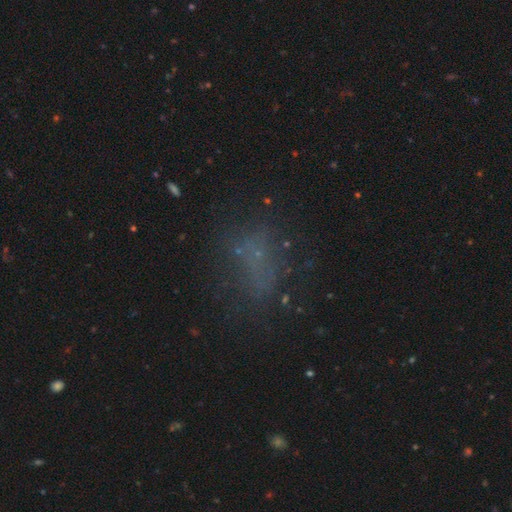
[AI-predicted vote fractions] smooth-or-featured: smooth: 43% | star or artifact: 32% | featured or disk: 24%
  merging: none: 58% | major disturbance: 19% | minor disturbance: 18% | merger: 4%